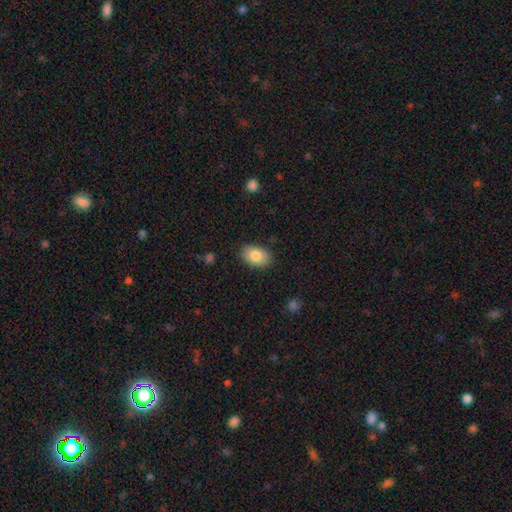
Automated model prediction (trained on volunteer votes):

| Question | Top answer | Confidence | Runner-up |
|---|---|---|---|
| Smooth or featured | smooth | 82% | featured or disk (11%) |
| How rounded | in between | 87% | round (12%) |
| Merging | none | 86% | minor disturbance (11%) |